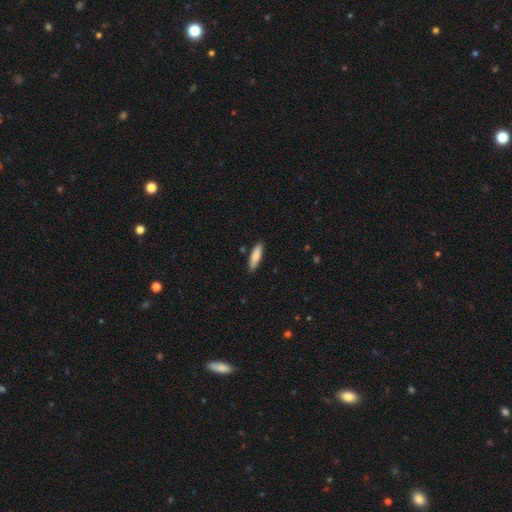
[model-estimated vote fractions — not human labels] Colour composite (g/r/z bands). It shows a smooth galaxy with no disk features (82%) that is cigar-shaped (67%). Merging: none (88%).